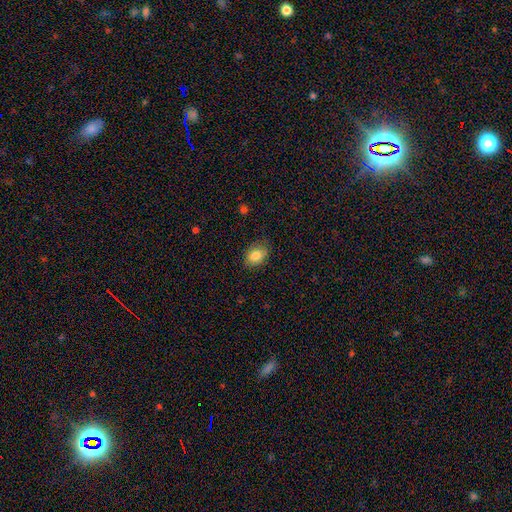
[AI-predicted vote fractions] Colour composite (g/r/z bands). It shows a smooth galaxy with no disk features (83%) that is in between round and cigar-shaped (73%). Merging: none (77%).